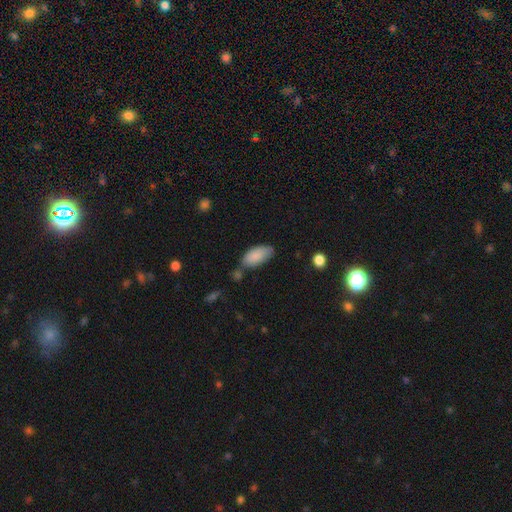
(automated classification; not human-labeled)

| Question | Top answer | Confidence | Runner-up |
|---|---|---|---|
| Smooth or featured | smooth | 87% | star or artifact (6%) |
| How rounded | in between | 91% | cigar-shaped (7%) |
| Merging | none | 58% | minor disturbance (25%) |